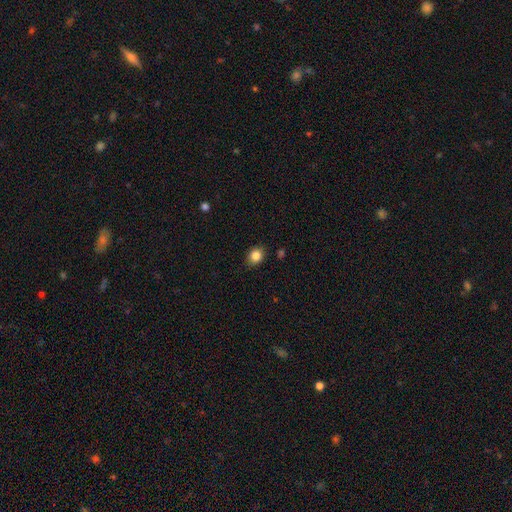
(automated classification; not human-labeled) Morphology: type=smooth (85%); roundness=round (55%); merging=none (87%).